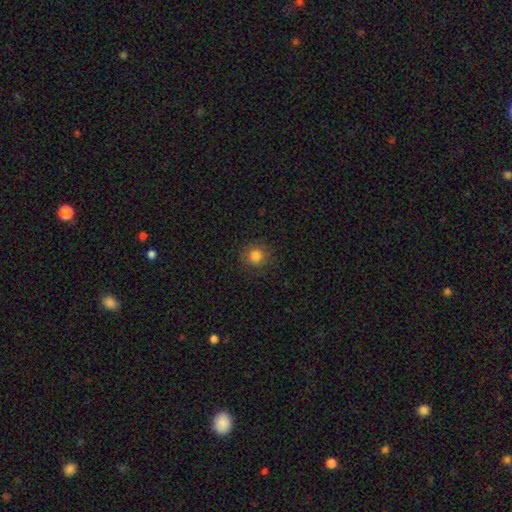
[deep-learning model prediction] smooth_or_featured: smooth (p=0.83) [alt: star or artifact p=0.11]
how_rounded: round (p=0.90) [alt: in between p=0.09]
merging: none (p=0.89) [alt: minor disturbance p=0.08]